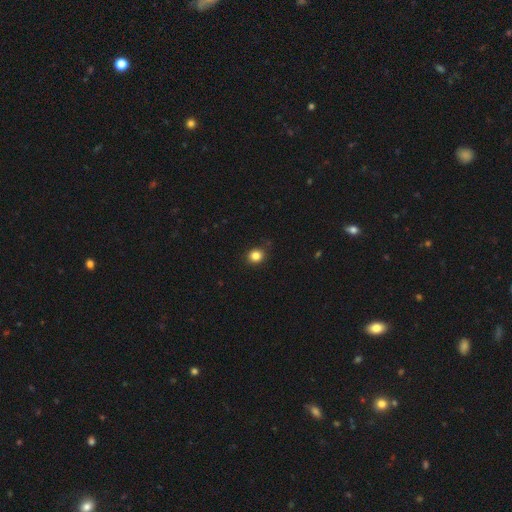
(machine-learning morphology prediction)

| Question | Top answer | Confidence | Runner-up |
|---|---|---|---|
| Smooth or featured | smooth | 83% | star or artifact (12%) |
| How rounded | round | 76% | in between (23%) |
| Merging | none | 87% | minor disturbance (10%) |